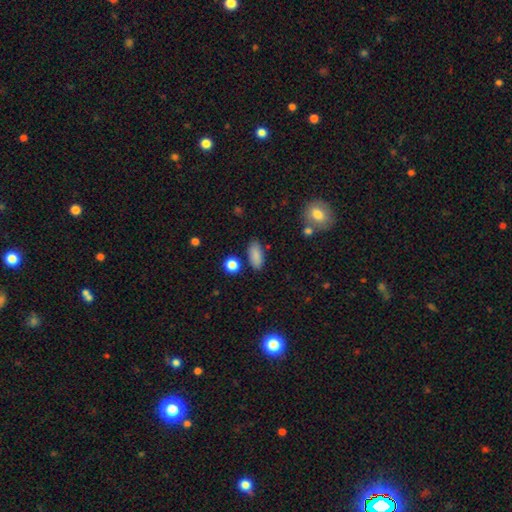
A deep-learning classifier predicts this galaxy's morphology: A smooth galaxy with no disk features (86%) that is in between round and cigar-shaped (84%). Merging: none (81%).